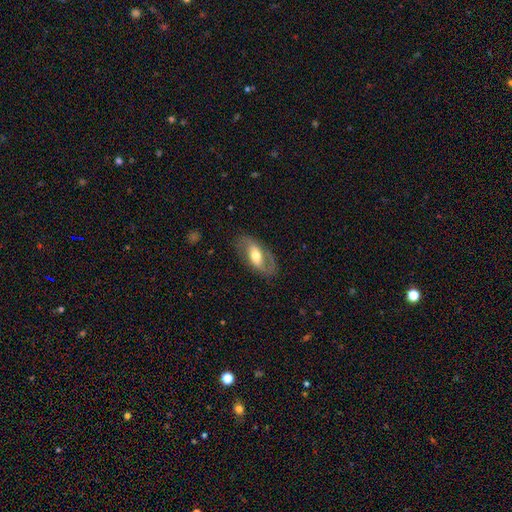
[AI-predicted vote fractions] featured or disk 65%, smooth 30%, star or artifact 6%. Down the decision tree: edge-on disk — no (89%); bar — weak (36%); spiral arms — yes (77%); bulge size — moderate (68%); merging — none (73%).